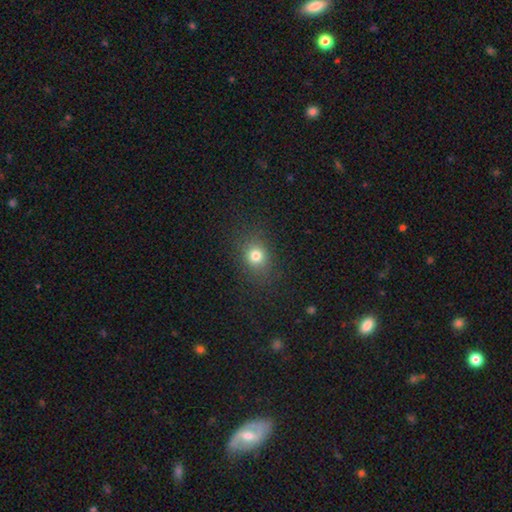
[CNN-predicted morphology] Smooth or featured: smooth — 77% (star or artifact — 16%)
How rounded: round — 66% (in between — 33%)
Merging: none — 85% (minor disturbance — 9%)